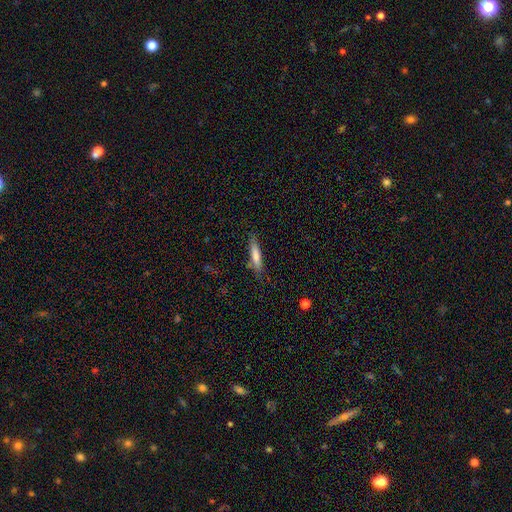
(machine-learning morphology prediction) The model was most divided on "smooth or featured": smooth: 68%, featured or disk: 25%, star or artifact: 7%. More confident: how rounded — cigar-shaped (89%); merging — none (81%).